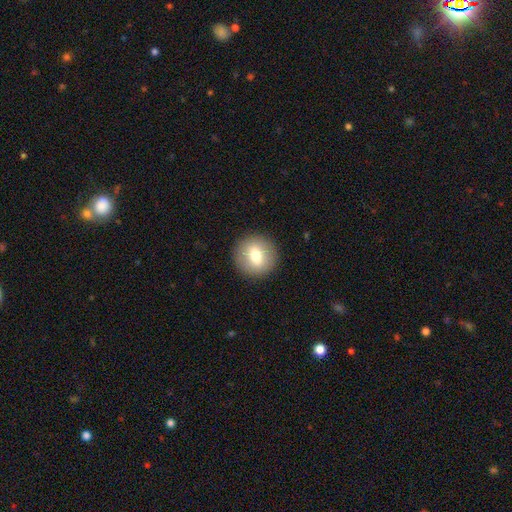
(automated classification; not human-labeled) Overall: smooth (70%). How rounded: round (90%). Merging: none (91%).